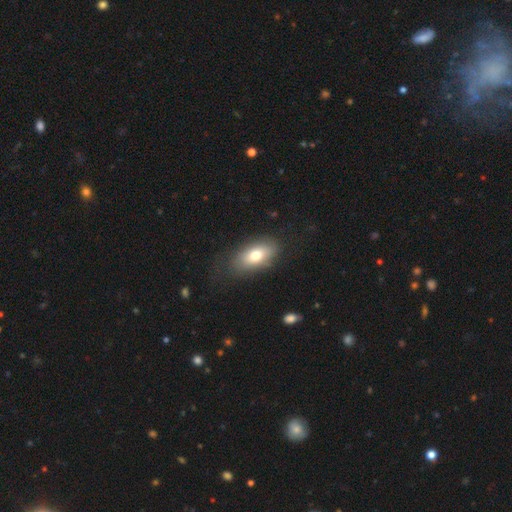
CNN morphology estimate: smooth_or_featured: smooth (p=0.73) [alt: featured or disk p=0.19]
how_rounded: in between (p=0.90) [alt: round p=0.06]
merging: none (p=0.74) [alt: minor disturbance p=0.17]